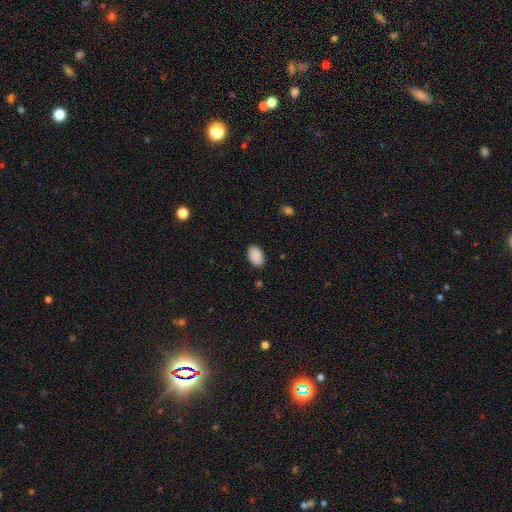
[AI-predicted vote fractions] A smooth galaxy with no disk features (91%) that is in between round and cigar-shaped (92%).

Vote fractions:
- Smooth or featured? smooth: 91% / star or artifact: 7% / featured or disk: 3%
- How rounded? in between: 92% / round: 6% / cigar-shaped: 1%
- Merging? none: 88% / minor disturbance: 9% / major disturbance: 2% / merger: 1%